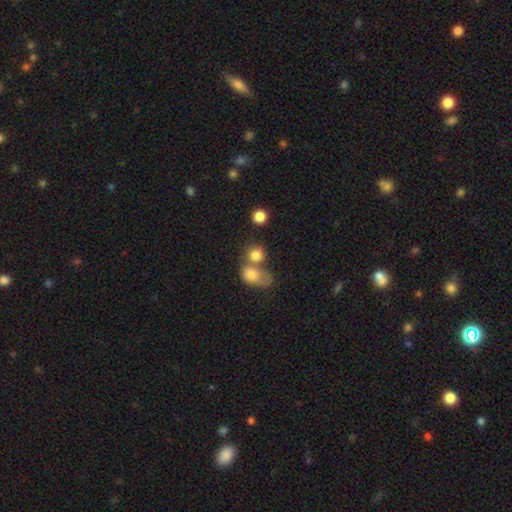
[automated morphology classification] smooth 79%, featured or disk 10%, star or artifact 10%. Down the decision tree: how rounded — round (68%); merging — merger (51%).